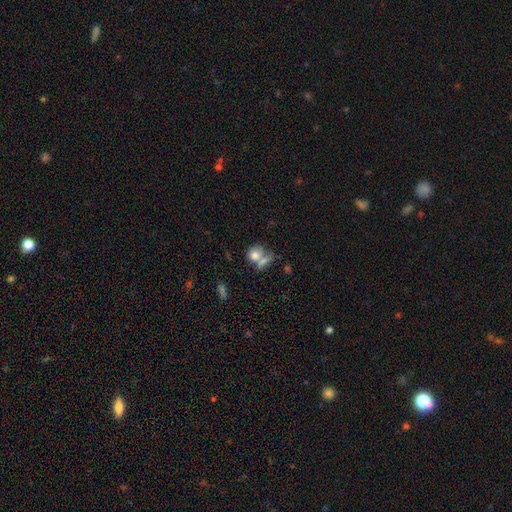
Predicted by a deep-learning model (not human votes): smooth_or_featured: smooth (p=0.76) [alt: featured or disk p=0.14]
how_rounded: round (p=0.72) [alt: in between p=0.26]
merging: merger (p=0.47) [alt: none p=0.35]